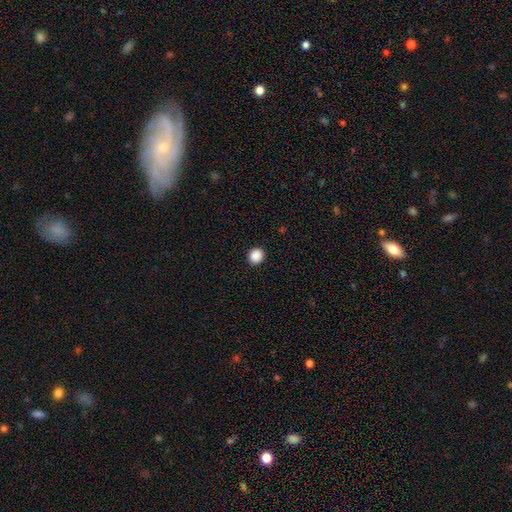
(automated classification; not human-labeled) smooth_or_featured: smooth (p=0.89) [alt: star or artifact p=0.09]
how_rounded: round (p=0.86) [alt: in between p=0.13]
merging: none (p=0.93) [alt: minor disturbance p=0.05]